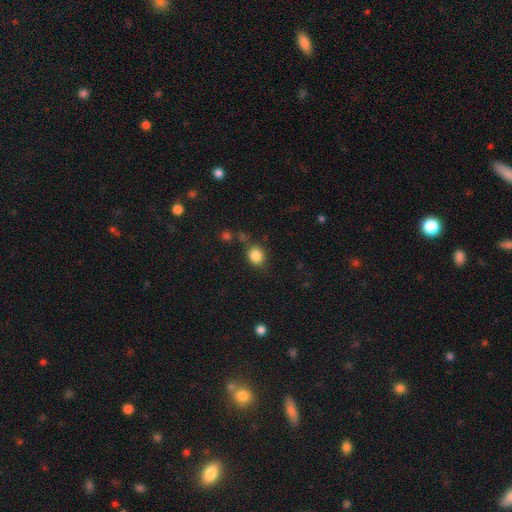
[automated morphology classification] The model was most divided on "how rounded": round: 60%, in between: 39%, cigar-shaped: 1%. More confident: smooth or featured — smooth (86%); merging — none (75%).